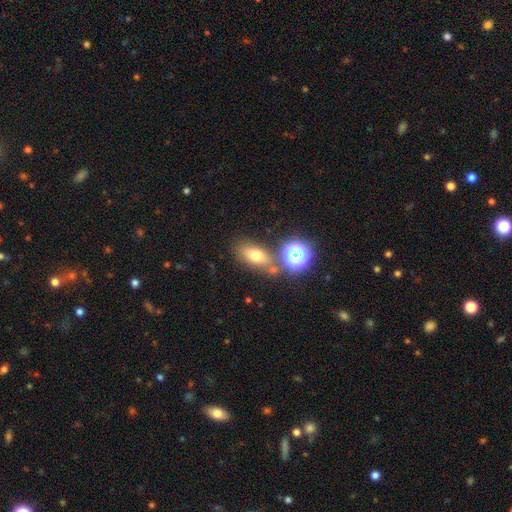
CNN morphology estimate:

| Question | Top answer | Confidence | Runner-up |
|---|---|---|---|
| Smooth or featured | smooth | 69% | star or artifact (15%) |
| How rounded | in between | 73% | round (21%) |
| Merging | none | 65% | merger (17%) |